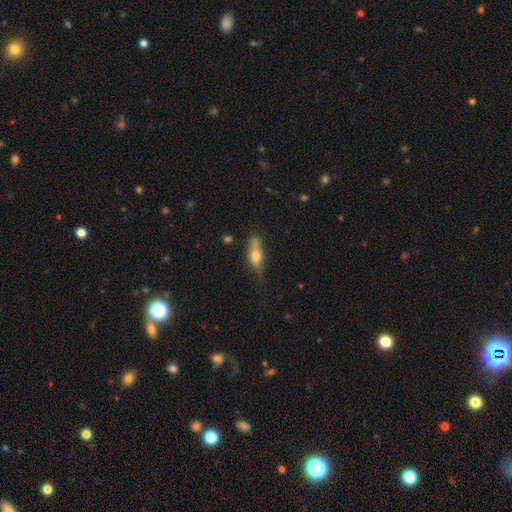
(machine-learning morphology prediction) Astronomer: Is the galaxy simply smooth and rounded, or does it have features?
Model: smooth — 60%.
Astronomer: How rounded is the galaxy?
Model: in between — 54% (runner-up: cigar-shaped, 41%).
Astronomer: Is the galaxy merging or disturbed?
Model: none — 55%.